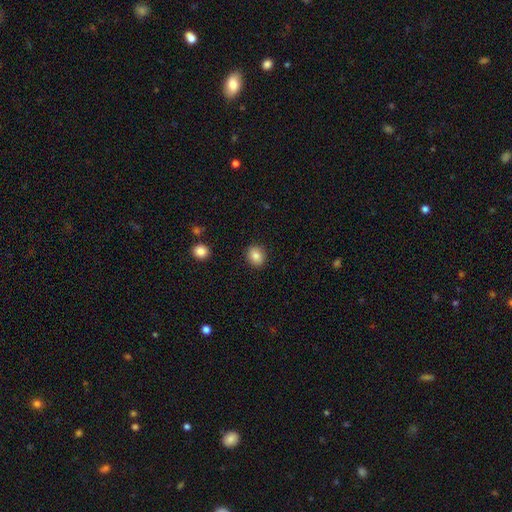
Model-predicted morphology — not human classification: smooth 86%, star or artifact 9%, featured or disk 6%. Down the decision tree: how rounded — round (58%); merging — none (90%).